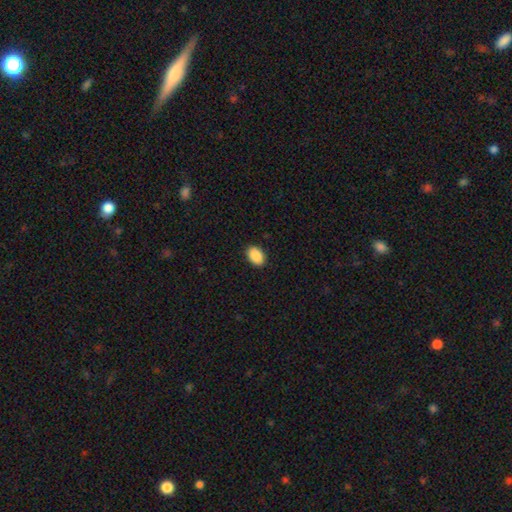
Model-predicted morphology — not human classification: This appears to be a smooth galaxy with no disk features (90%) that is in between round and cigar-shaped (86%). Merging: none (90%).